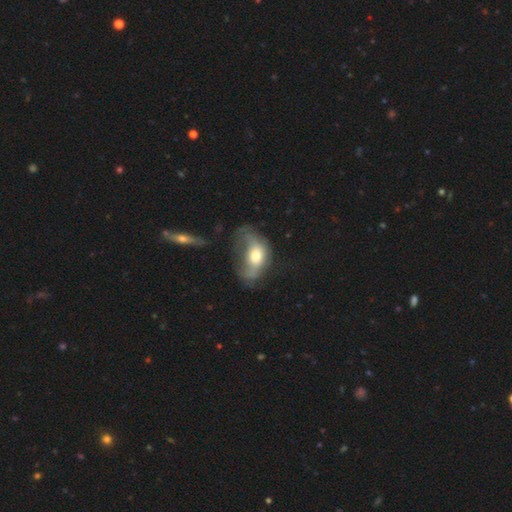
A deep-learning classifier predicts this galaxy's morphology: This is possibly a smooth galaxy (51%). How rounded: clearly in between (83%). Merging: possibly major disturbance (46%).